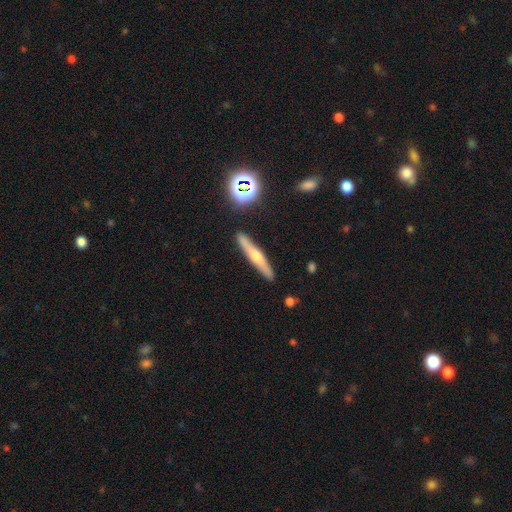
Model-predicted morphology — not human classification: A featured or disk galaxy (57%) viewed edge-on (94%) with a rounded central bulge (84%).

Vote fractions:
- Smooth or featured? featured or disk: 57% / smooth: 33% / star or artifact: 10%
- Edge-on disk? yes: 94% / no: 6%
- Edge-on bulge? rounded: 84% / none: 11% / boxy: 4%
- Merging? none: 89% / minor disturbance: 8% / merger: 2% / major disturbance: 2%